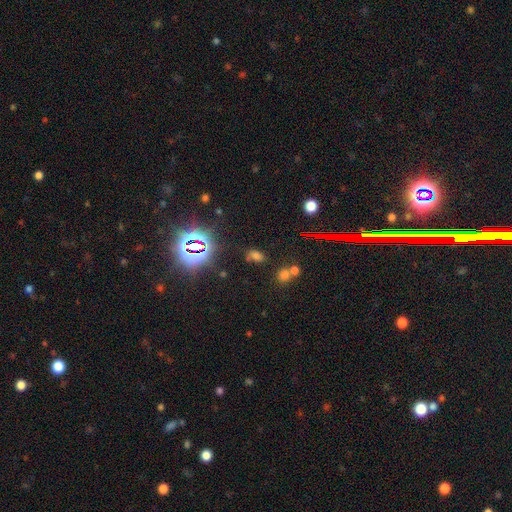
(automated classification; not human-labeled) smooth 47%, star or artifact 44%, featured or disk 9%. Down the decision tree: merging — none (62%).